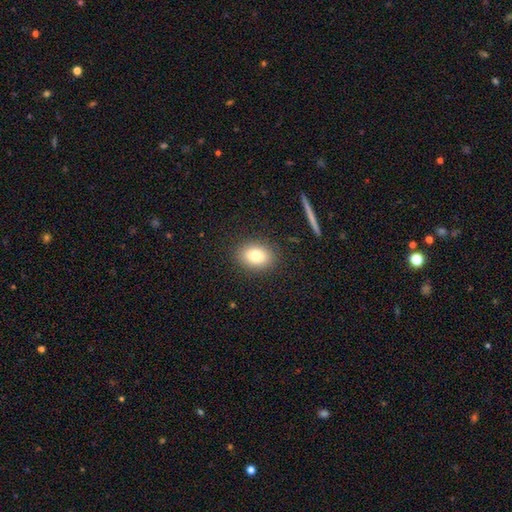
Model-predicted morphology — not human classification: smooth_or_featured: smooth (p=0.78) [alt: featured or disk p=0.11]
how_rounded: in between (p=0.63) [alt: round p=0.36]
merging: none (p=0.88) [alt: minor disturbance p=0.08]